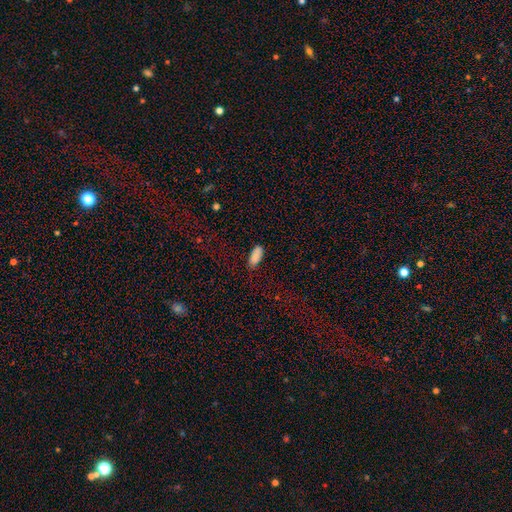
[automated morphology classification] smooth_or_featured: smooth (p=0.88) [alt: star or artifact p=0.08]
how_rounded: in between (p=0.84) [alt: cigar-shaped p=0.14]
merging: none (p=0.77) [alt: minor disturbance p=0.17]